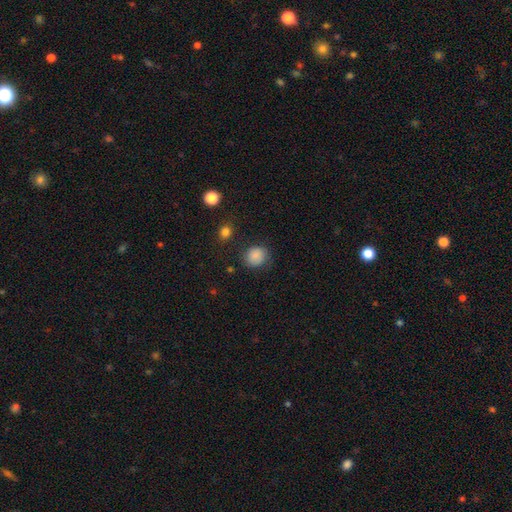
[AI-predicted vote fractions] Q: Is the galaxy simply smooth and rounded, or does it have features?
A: smooth — 85%.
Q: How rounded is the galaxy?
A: round — 81%.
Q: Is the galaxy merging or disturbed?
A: none — 77%.